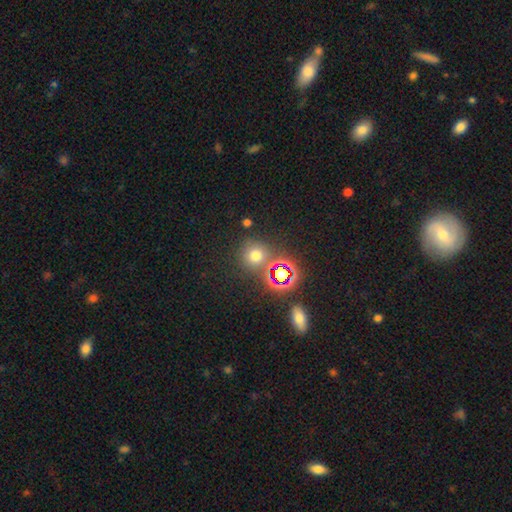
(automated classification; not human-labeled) Morphology: type=smooth (61%); roundness=round (89%); merging=none (77%).